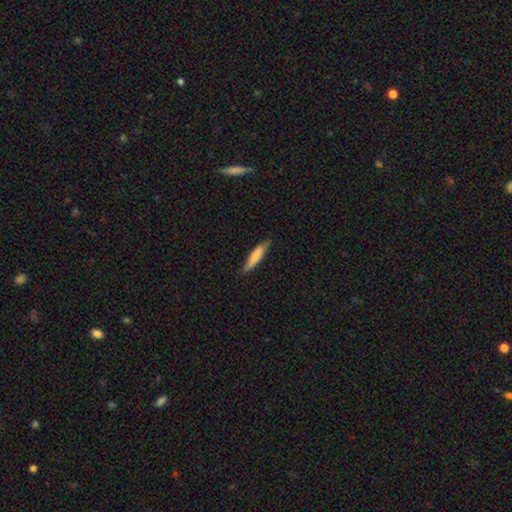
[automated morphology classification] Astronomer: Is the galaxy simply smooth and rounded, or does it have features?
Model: smooth — 77%.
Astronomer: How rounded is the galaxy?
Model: cigar-shaped — 82%.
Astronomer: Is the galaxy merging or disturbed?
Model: none — 80%.